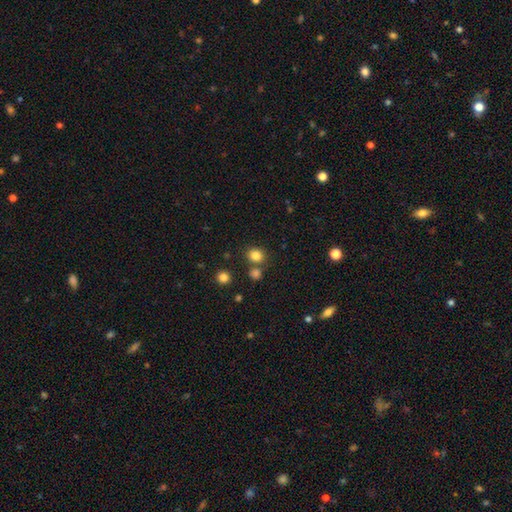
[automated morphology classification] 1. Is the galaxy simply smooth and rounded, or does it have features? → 82% smooth, 13% star or artifact, 5% featured or disk.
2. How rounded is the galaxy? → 74% round, 25% in between, 1% cigar-shaped.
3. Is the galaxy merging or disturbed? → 73% none, 15% merger, 9% minor disturbance, 3% major disturbance.